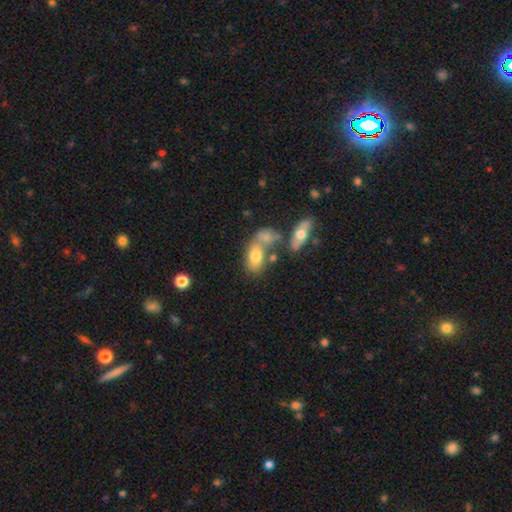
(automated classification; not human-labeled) Smooth or featured?
  - smooth: 70% *
  - featured or disk: 21%
  - star or artifact: 9%
How rounded?
  - in between: 88% *
  - round: 8%
  - cigar-shaped: 4%
Merging?
  - merger: 44% *
  - none: 36%
  - minor disturbance: 13%
  - major disturbance: 7%